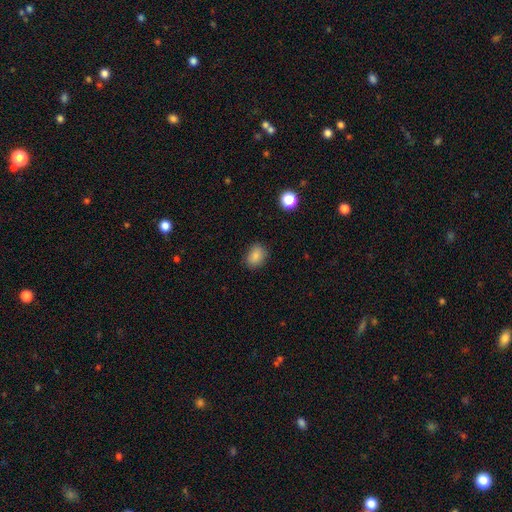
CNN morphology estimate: Smooth or featured? Predicted: smooth (p=0.85). How rounded? Predicted: in between (p=0.67). Merging? Predicted: none (p=0.83).